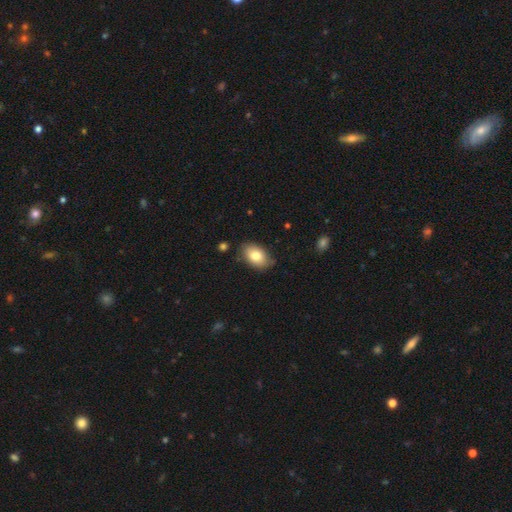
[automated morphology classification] The model was most divided on "merging": none: 81%, minor disturbance: 15%, major disturbance: 3%, merger: 2%. More confident: how rounded — in between (88%); smooth or featured — smooth (80%).